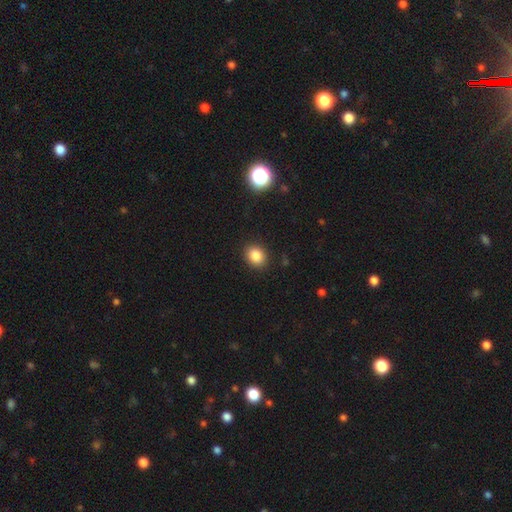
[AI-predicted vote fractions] Q: Smooth or featured?
A: smooth (84%); runner-up: star or artifact (11%)
Q: How rounded?
A: round (62%); runner-up: in between (37%)
Q: Merging?
A: none (90%); runner-up: minor disturbance (7%)